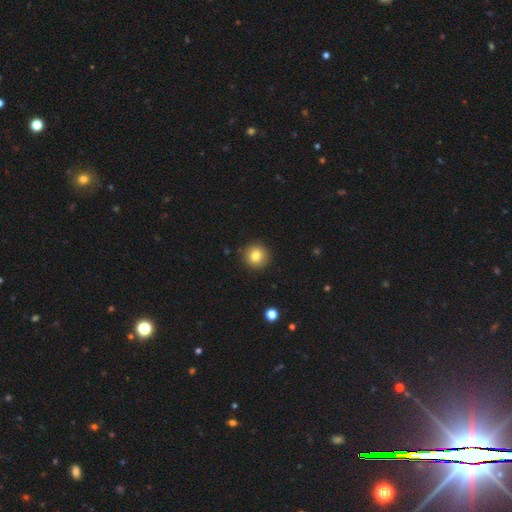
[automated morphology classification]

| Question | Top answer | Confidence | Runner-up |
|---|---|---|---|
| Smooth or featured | smooth | 82% | star or artifact (10%) |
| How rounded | round | 94% | in between (5%) |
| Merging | none | 91% | minor disturbance (6%) |